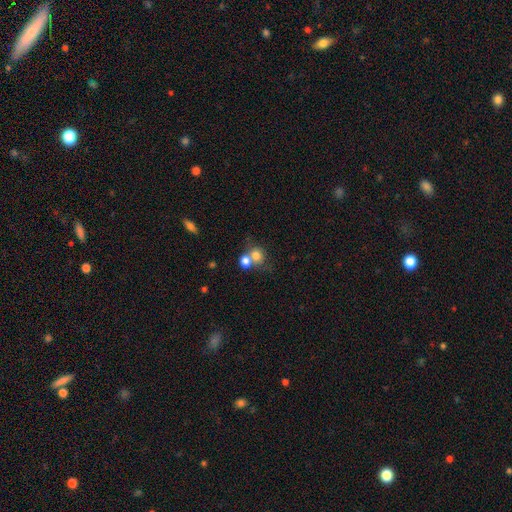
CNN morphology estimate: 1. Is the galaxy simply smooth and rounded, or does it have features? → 78% smooth, 11% featured or disk, 11% star or artifact.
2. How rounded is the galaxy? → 73% round, 26% in between, 1% cigar-shaped.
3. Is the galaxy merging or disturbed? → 51% merger, 36% none, 9% minor disturbance, 5% major disturbance.